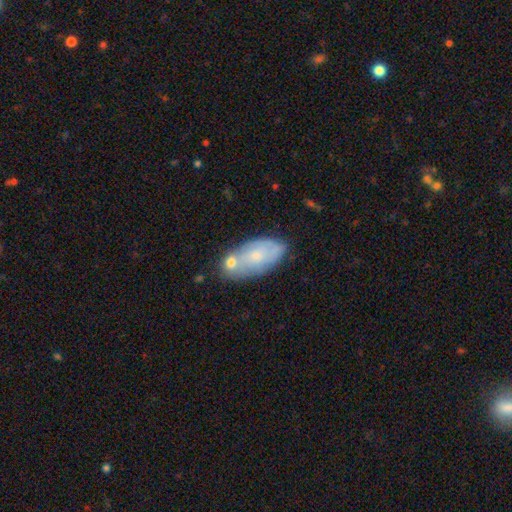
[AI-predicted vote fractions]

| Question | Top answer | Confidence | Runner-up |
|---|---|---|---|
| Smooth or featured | smooth | 56% | featured or disk (37%) |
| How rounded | in between | 91% | cigar-shaped (6%) |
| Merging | none | 53% | minor disturbance (21%) |